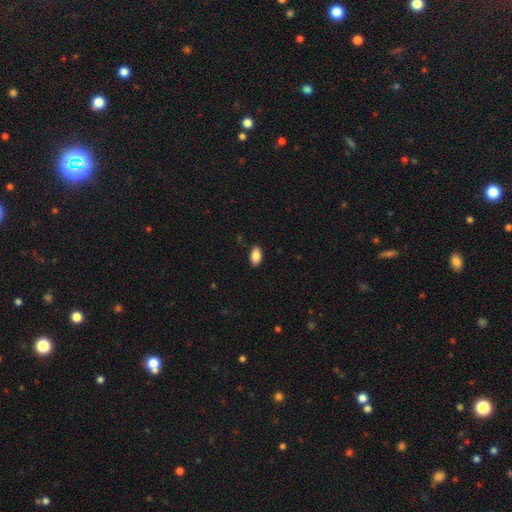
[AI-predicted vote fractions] The model was most divided on "merging": none: 88%, minor disturbance: 9%, major disturbance: 2%, merger: 1%. More confident: how rounded — in between (92%); smooth or featured — smooth (87%).